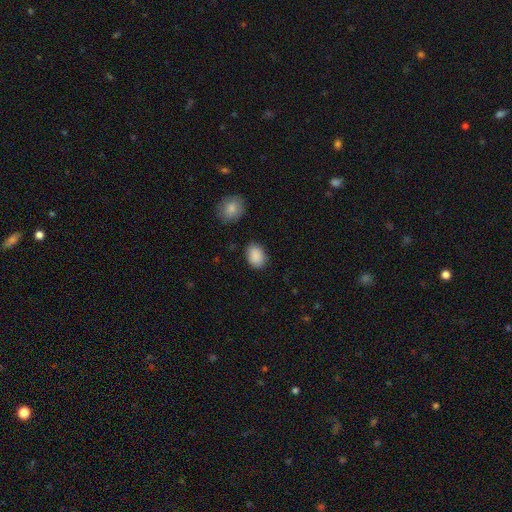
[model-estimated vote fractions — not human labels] A smooth galaxy with no disk features (90%) that is in between round and cigar-shaped (72%). Merging: none (83%).